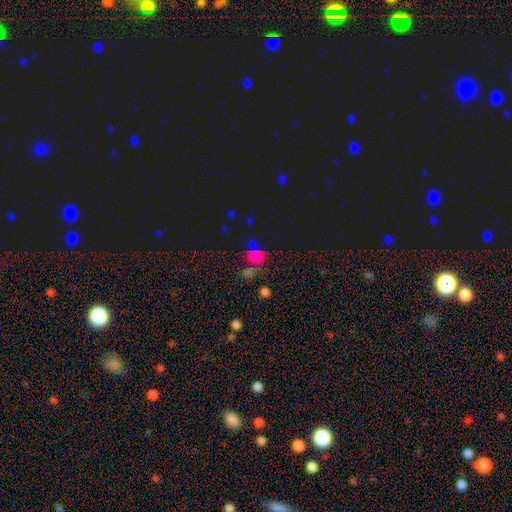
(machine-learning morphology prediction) This appears to be a smooth galaxy with no disk features (69%) that is round (84%). Merging: none (59%).